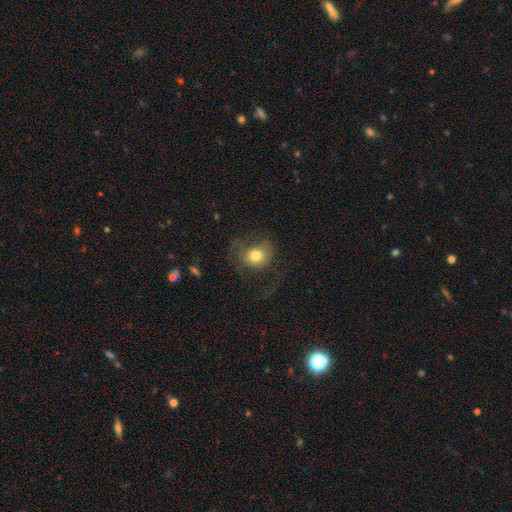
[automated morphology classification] The model was most divided on "merging": none: 49%, major disturbance: 30%, minor disturbance: 19%, merger: 2%. More confident: how rounded — round (77%); smooth or featured — smooth (69%).